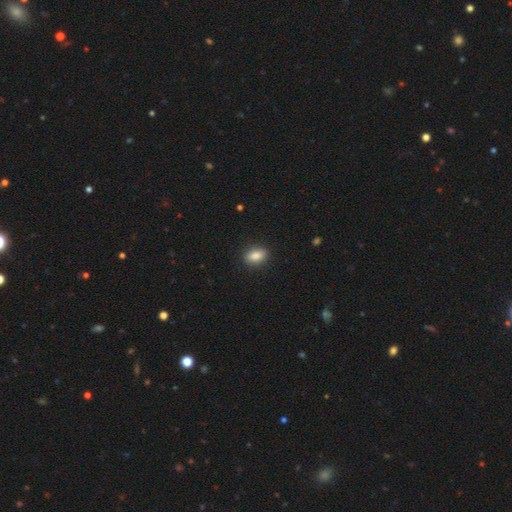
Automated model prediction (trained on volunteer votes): smooth-or-featured: smooth: 84% | star or artifact: 8% | featured or disk: 8%
  how-rounded: in between: 80% | round: 12% | cigar-shaped: 7%
  merging: none: 88% | minor disturbance: 9% | major disturbance: 2% | merger: 1%